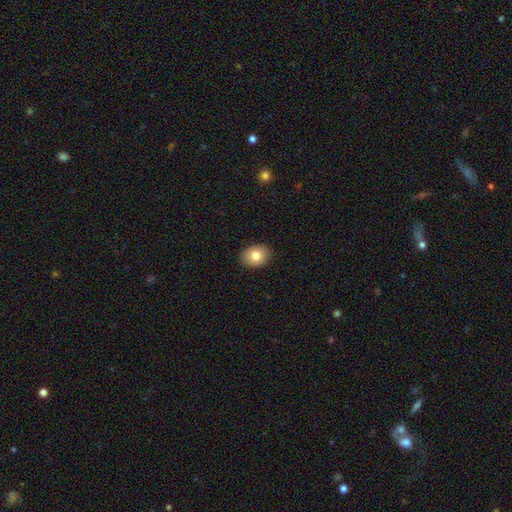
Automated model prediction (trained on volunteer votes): smooth 81%, featured or disk 11%, star or artifact 9%. Down the decision tree: how rounded — in between (64%); merging — none (89%).